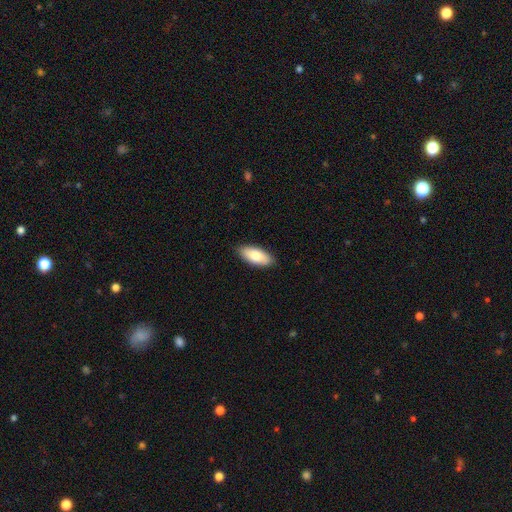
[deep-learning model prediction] Smooth or featured? smooth (82%)
How rounded? in between (86%)
Merging? none (89%)